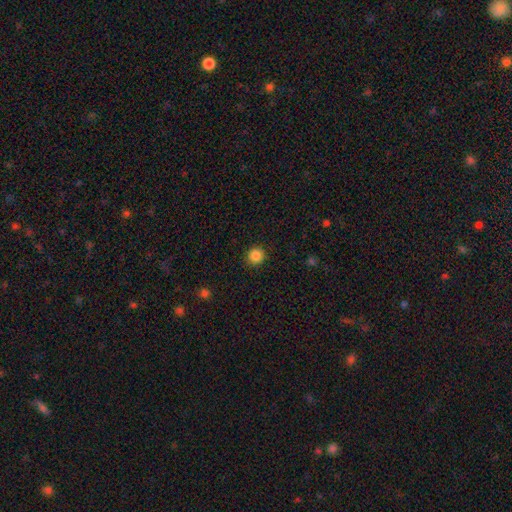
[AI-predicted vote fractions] smooth-or-featured: smooth: 86% | star or artifact: 11% | featured or disk: 4%
  how-rounded: round: 92% | in between: 7% | cigar-shaped: 1%
  merging: none: 91% | minor disturbance: 6% | major disturbance: 2% | merger: 1%